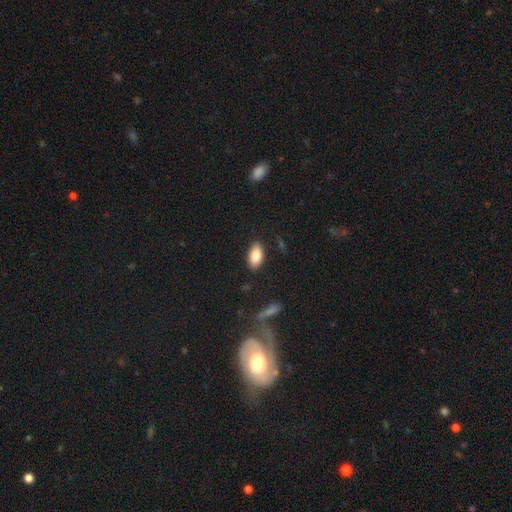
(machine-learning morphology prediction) The model was most divided on "smooth or featured": smooth: 84%, featured or disk: 9%, star or artifact: 7%. More confident: how rounded — in between (92%); merging — none (87%).